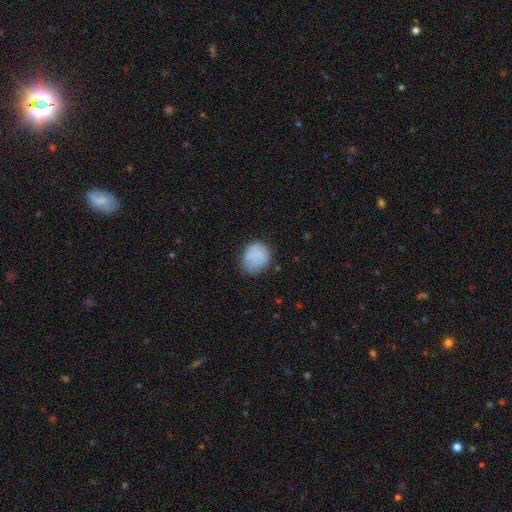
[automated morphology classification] Smooth or featured? smooth (83%)
How rounded? round (71%)
Merging? none (67%)